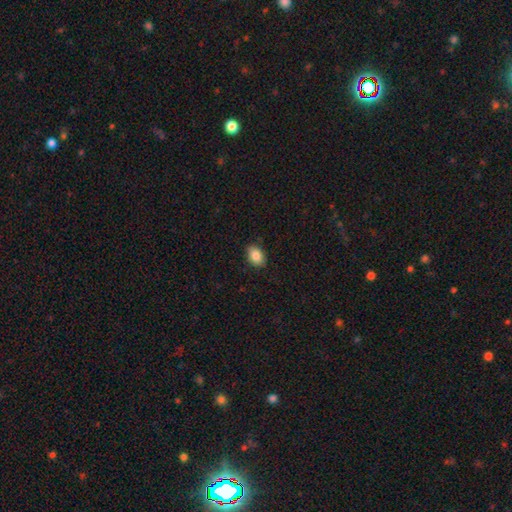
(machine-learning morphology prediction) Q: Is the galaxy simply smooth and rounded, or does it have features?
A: smooth — 87%.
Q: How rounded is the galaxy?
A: in between — 80%.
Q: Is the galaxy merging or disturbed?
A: none — 88%.